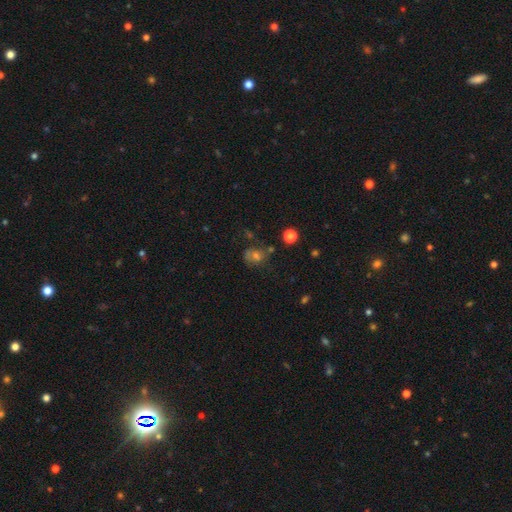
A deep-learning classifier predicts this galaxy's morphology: This is possibly a smooth galaxy (48%). Merging: possibly none (54%).